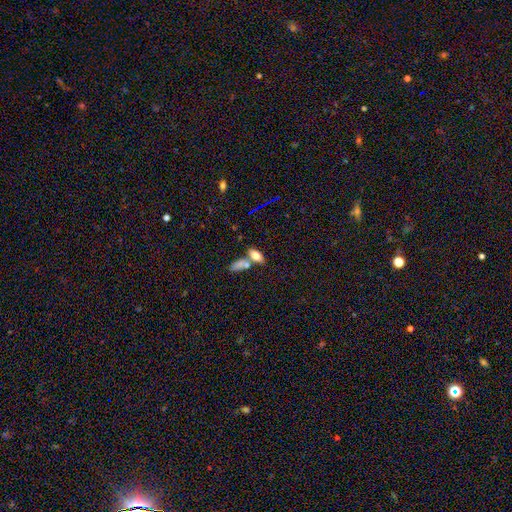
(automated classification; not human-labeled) A smooth galaxy with no disk features (71%) that is in between round and cigar-shaped (78%).

Vote fractions:
- Smooth or featured? smooth: 71% / featured or disk: 20% / star or artifact: 9%
- How rounded? in between: 78% / cigar-shaped: 17% / round: 5%
- Merging? none: 48% / merger: 36% / minor disturbance: 11% / major disturbance: 4%